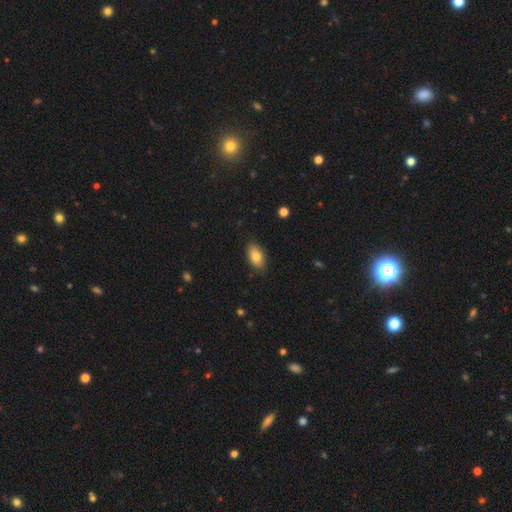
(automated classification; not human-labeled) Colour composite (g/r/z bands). It shows a smooth galaxy with no disk features (83%) that is in between round and cigar-shaped (92%). Merging: none (87%).